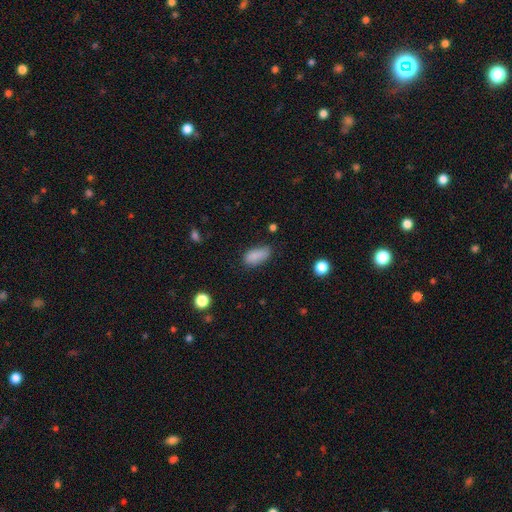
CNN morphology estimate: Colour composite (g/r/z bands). It shows a smooth galaxy with no disk features (85%) that is in between round and cigar-shaped (87%). Merging: none (60%).